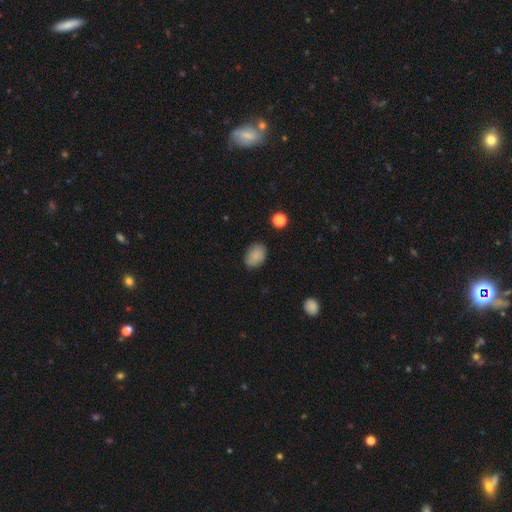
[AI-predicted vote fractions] Smooth or featured? Predicted: smooth (p=0.85). How rounded? Predicted: in between (p=0.76). Merging? Predicted: none (p=0.84).